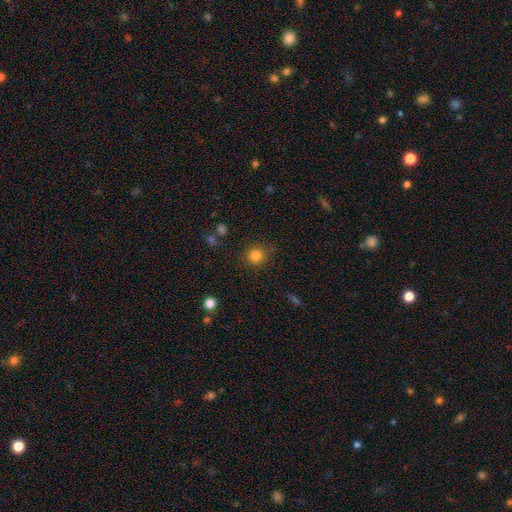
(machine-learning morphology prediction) This is clearly a smooth galaxy (83%). How rounded: clearly round (91%). Merging: clearly none (86%).